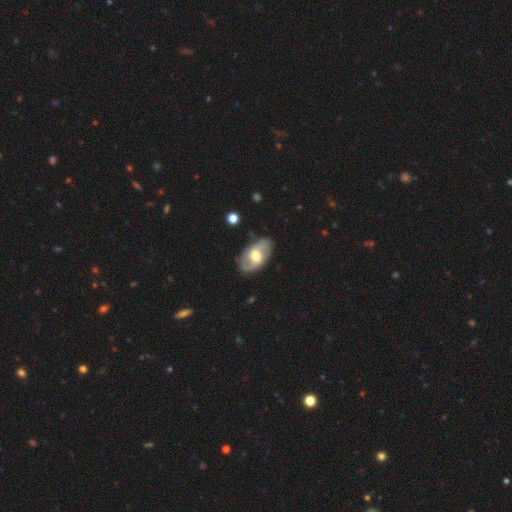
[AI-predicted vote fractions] A featured or disk galaxy (61%) with a weak bar (46%), spiral arms (70%) and a moderate central bulge (65%).

Vote fractions:
- Smooth or featured? featured or disk: 61% / smooth: 34% / star or artifact: 5%
- Edge-on disk? no: 92% / yes: 8%
- Bar? weak: 46% / no: 37% / strong: 17%
- Spiral arms? yes: 70% / no: 30%
- Bulge size? moderate: 65% / large: 20% / small: 12% / none: 1% / dominant: 1%
- Merging? none: 79% / minor disturbance: 15% / major disturbance: 4% / merger: 1%